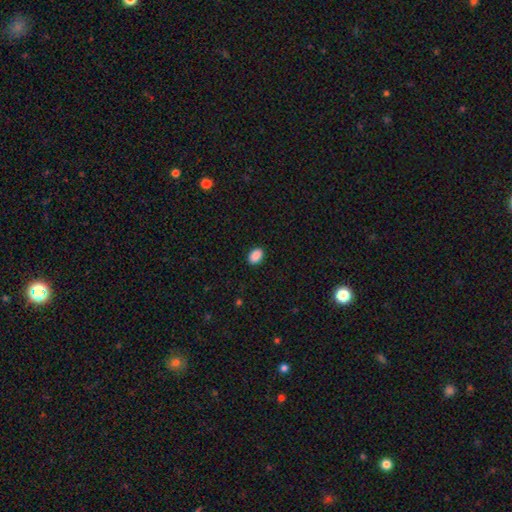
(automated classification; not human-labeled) smooth 90%, star or artifact 8%, featured or disk 2%. Down the decision tree: how rounded — in between (79%); merging — none (91%).